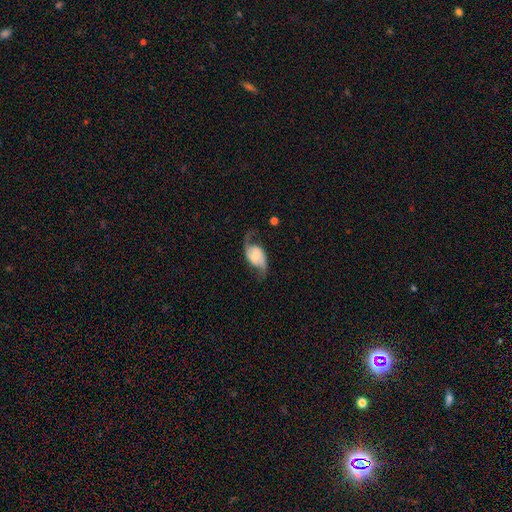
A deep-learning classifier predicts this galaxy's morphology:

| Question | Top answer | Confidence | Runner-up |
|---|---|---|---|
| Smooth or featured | featured or disk | 75% | smooth (19%) |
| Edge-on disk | no | 96% | yes (4%) |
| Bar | no | 52% | weak (35%) |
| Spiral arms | yes | 93% | no (7%) |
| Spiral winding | loose | 67% | medium (26%) |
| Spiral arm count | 2 | 91% | 1 (4%) |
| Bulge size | small | 38% | moderate (33%) |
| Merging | none | 61% | minor disturbance (20%) |